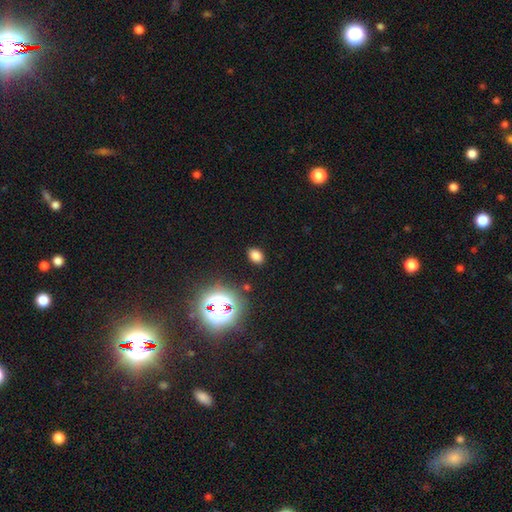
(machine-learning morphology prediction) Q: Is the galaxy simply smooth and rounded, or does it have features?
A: smooth — 75%.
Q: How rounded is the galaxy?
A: in between — 78%.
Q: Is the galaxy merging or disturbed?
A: none — 87%.